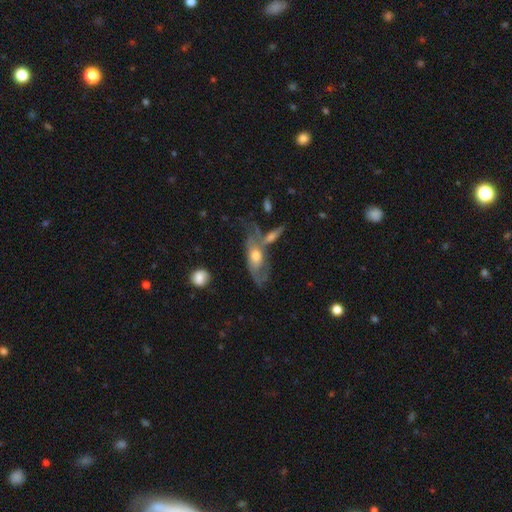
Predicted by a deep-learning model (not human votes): featured or disk 56%, smooth 37%, star or artifact 7%. Down the decision tree: edge-on disk — no (73%); merging — none (32%).